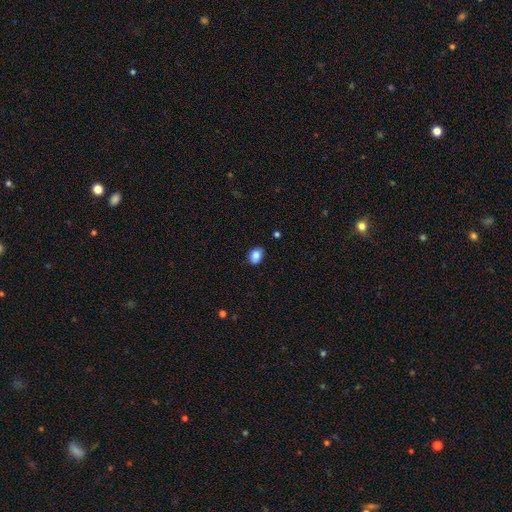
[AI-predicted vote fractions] smooth_or_featured: smooth (p=0.86) [alt: star or artifact p=0.08]
how_rounded: in between (p=0.75) [alt: round p=0.24]
merging: none (p=0.85) [alt: minor disturbance p=0.12]